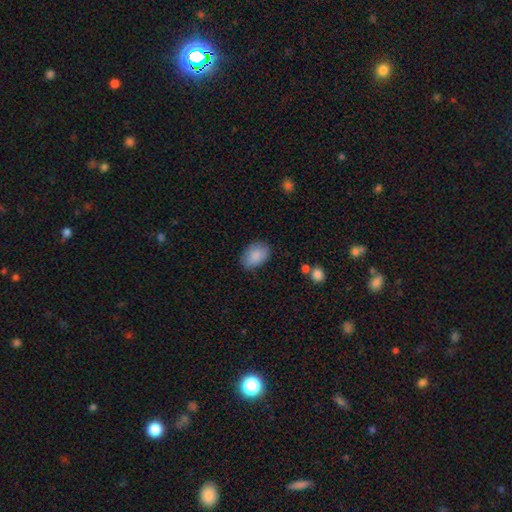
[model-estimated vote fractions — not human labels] Smooth or featured: smooth — 87% (star or artifact — 7%)
How rounded: in between — 86% (round — 13%)
Merging: none — 79% (minor disturbance — 16%)